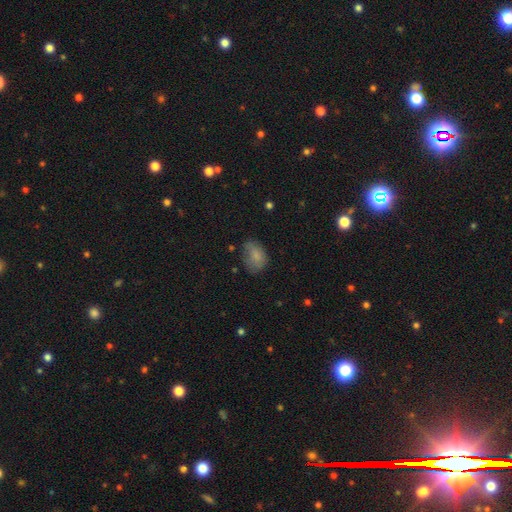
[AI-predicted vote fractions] This is likely a smooth galaxy (76%). How rounded: likely in between (75%). Merging: possibly none (53%).